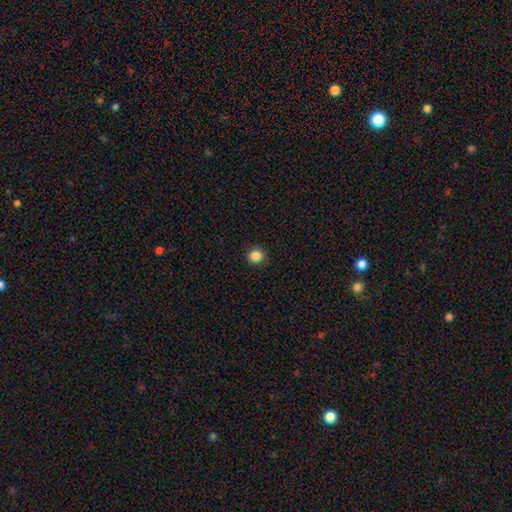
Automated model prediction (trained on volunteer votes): Smooth or featured: smooth — 86% (star or artifact — 11%)
How rounded: round — 91% (in between — 8%)
Merging: none — 92% (minor disturbance — 5%)